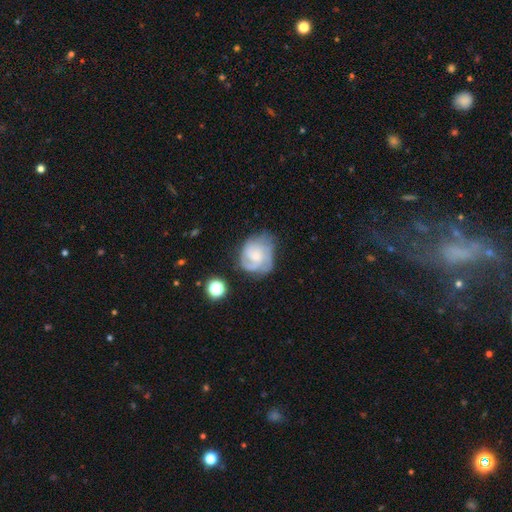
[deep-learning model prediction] The model was most divided on "spiral arm count": 3: 36%, can't tell: 29%, 2: 16%, 4: 10%, 1: 5%, more than 4: 4%. Remaining: edge-on disk — no (98%); spiral arms — yes (91%); smooth or featured — featured or disk (72%); bar — no (71%); merging — none (56%); bulge size — small (56%); spiral winding — tight (48%).